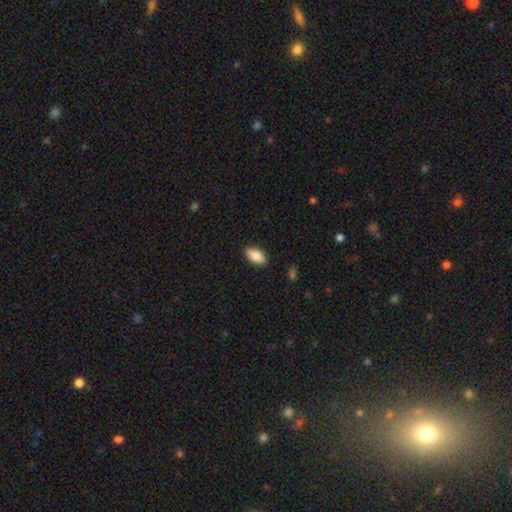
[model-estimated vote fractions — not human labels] smooth_or_featured: smooth (p=0.86) [alt: featured or disk p=0.07]
how_rounded: in between (p=0.93) [alt: cigar-shaped p=0.04]
merging: none (p=0.89) [alt: minor disturbance p=0.08]